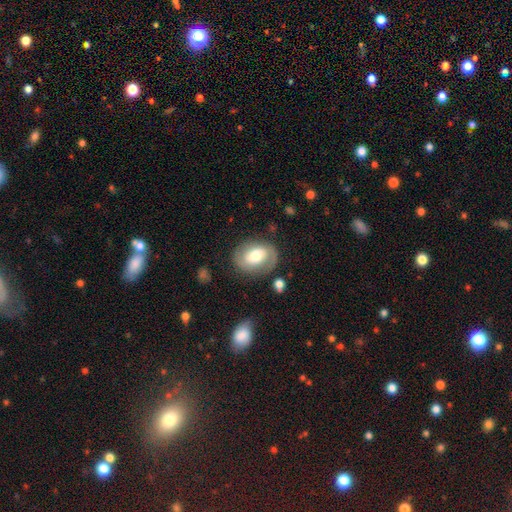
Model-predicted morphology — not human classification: smooth-or-featured: featured or disk: 55% | smooth: 39% | star or artifact: 7%
  disk-edge-on: no: 96% | yes: 4%
    bar: no: 49% | weak: 35% | strong: 15%
    has-spiral-arms: yes: 71% | no: 29%
    bulge-size: moderate: 64% | large: 18% | small: 14% | dominant: 2% | none: 1%
  merging: none: 76% | minor disturbance: 15% | major disturbance: 7% | merger: 2%